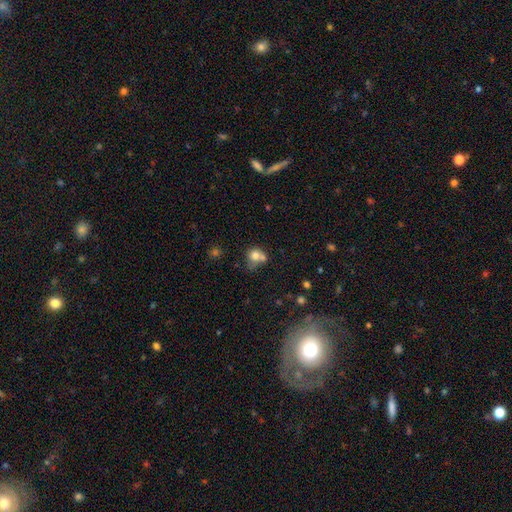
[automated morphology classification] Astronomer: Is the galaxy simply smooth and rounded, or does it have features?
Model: smooth — 76%.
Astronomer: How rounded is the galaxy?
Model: round — 75%.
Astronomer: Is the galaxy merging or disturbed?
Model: merger — 45% (runner-up: none, 34%).